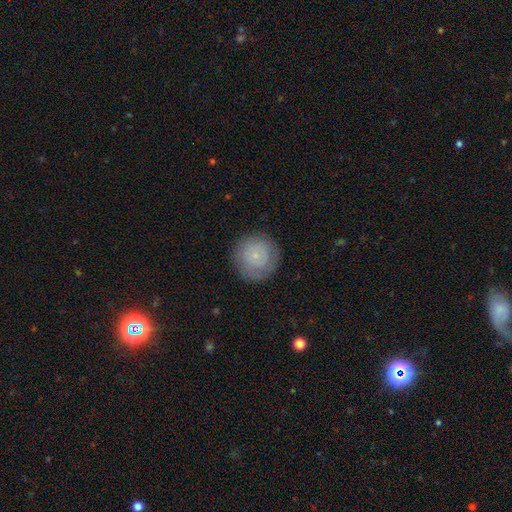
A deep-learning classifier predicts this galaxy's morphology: smooth 59%, featured or disk 33%, star or artifact 8%. Down the decision tree: how rounded — round (95%); merging — none (82%).